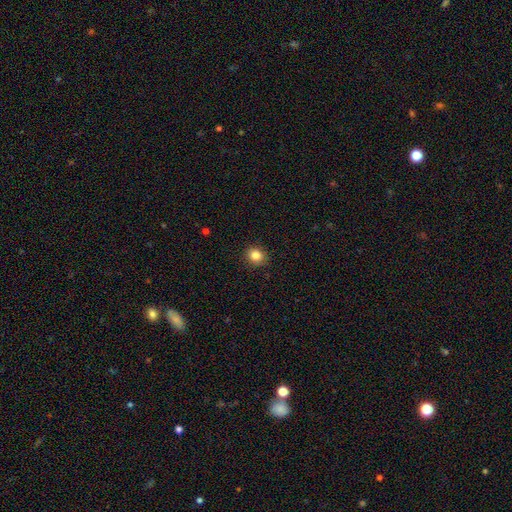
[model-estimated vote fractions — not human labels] Q: Smooth or featured?
A: smooth (84%); runner-up: star or artifact (11%)
Q: How rounded?
A: round (78%); runner-up: in between (21%)
Q: Merging?
A: none (89%); runner-up: minor disturbance (8%)